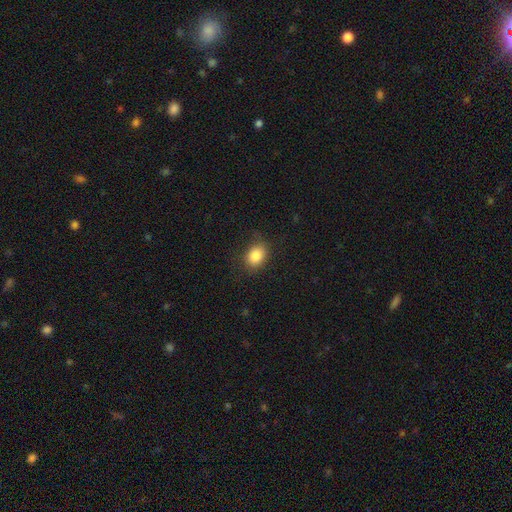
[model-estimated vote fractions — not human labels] smooth 85%, star or artifact 9%, featured or disk 6%. Down the decision tree: how rounded — in between (60%); merging — none (78%).